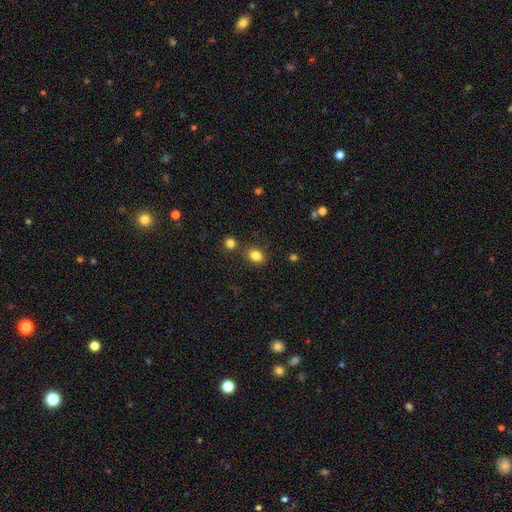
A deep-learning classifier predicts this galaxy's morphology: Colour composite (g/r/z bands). It shows a smooth galaxy with no disk features (83%) that is in between round and cigar-shaped (65%). Merging: none (79%).